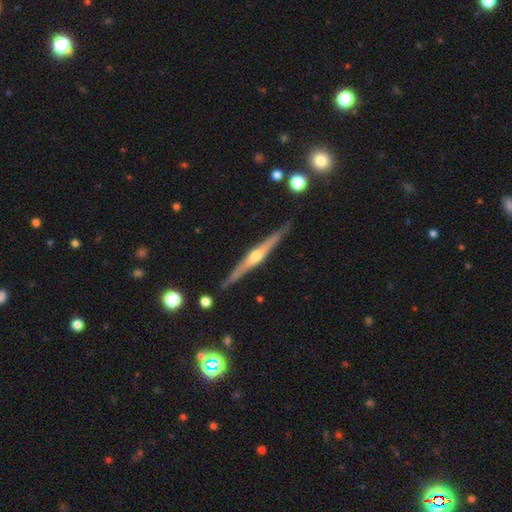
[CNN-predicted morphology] Overall: featured or disk (78%). Edge-on disk: yes (98%). Edge-on bulge: rounded (88%). Merging: none (88%).